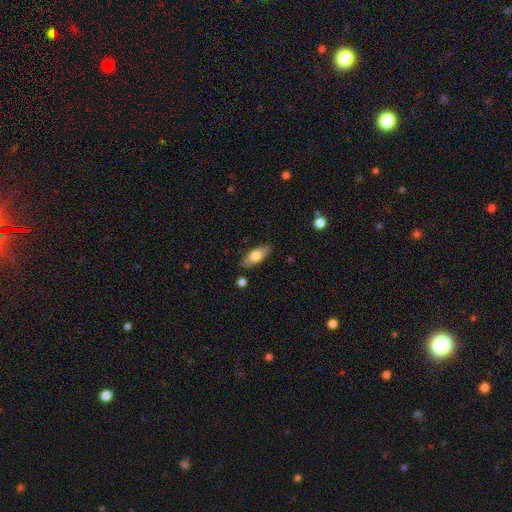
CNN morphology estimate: smooth_or_featured: smooth (p=0.69) [alt: featured or disk p=0.25]
how_rounded: in between (p=0.81) [alt: cigar-shaped p=0.16]
merging: none (p=0.84) [alt: minor disturbance p=0.12]